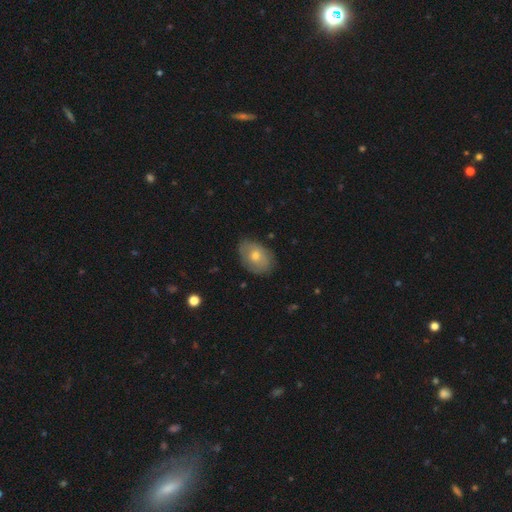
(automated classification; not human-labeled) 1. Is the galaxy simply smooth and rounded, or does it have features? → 58% smooth, 34% featured or disk, 8% star or artifact.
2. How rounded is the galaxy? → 80% in between, 19% round, 1% cigar-shaped.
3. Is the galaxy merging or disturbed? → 78% none, 17% minor disturbance, 3% major disturbance, 1% merger.